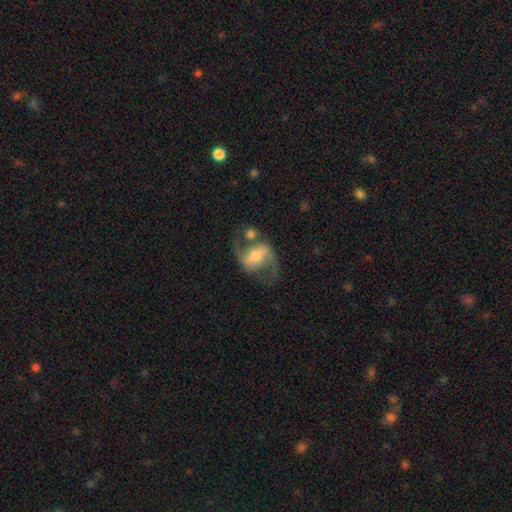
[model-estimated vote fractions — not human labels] Overall: featured or disk (81%). Edge-on disk: no (97%). Bar: weak (41%; strong 38%). Spiral arms: yes (94%). Spiral arm count: 2 (92%). Spiral winding: loose (49%; medium 43%). Bulge size: moderate (48%; small 29%). Merging: none (60%).